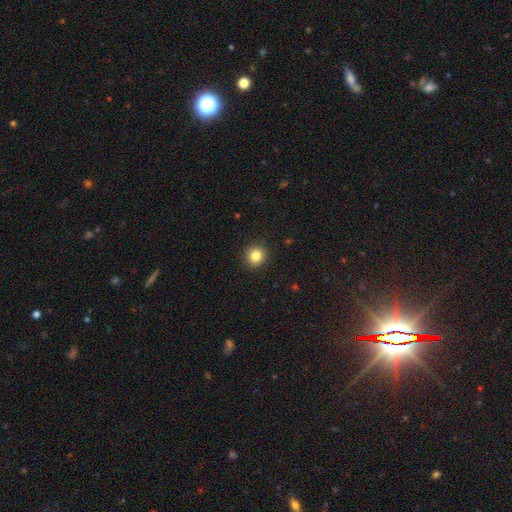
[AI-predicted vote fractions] Smooth or featured? smooth (84%)
How rounded? round (92%)
Merging? none (92%)